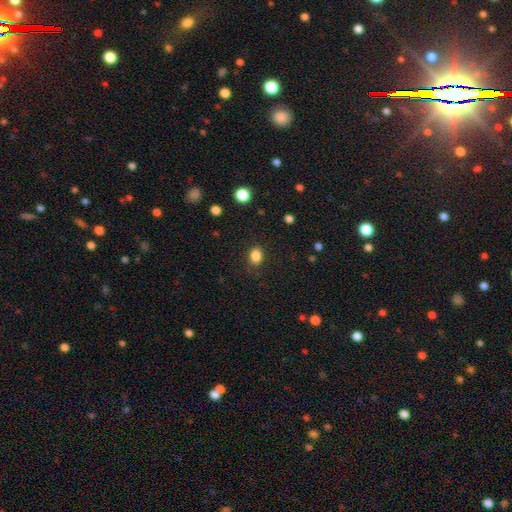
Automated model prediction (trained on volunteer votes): smooth 85%, star or artifact 11%, featured or disk 4%. Down the decision tree: how rounded — in between (52%); merging — none (83%).